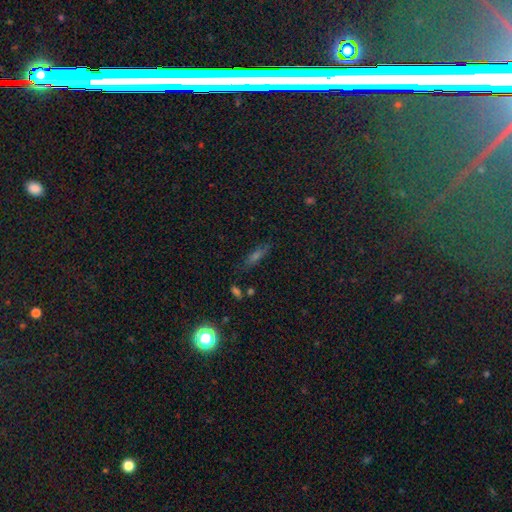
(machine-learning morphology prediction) Smooth or featured?
  - smooth: 41% *
  - featured or disk: 33%
  - star or artifact: 27%
Merging?
  - none: 83% *
  - minor disturbance: 11%
  - major disturbance: 3%
  - merger: 3%